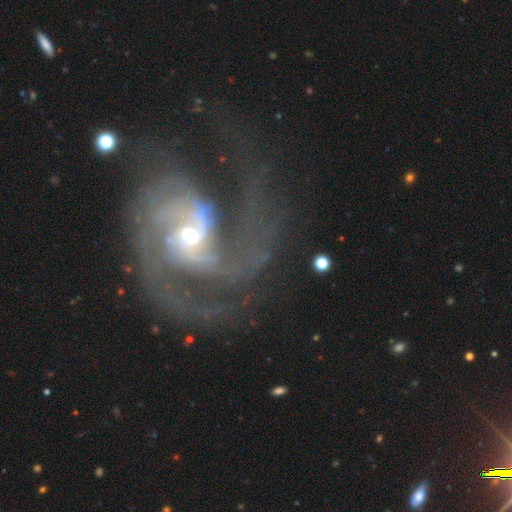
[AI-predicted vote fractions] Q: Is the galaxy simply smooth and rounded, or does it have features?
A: featured or disk — 90%.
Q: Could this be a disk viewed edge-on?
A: no — 98%.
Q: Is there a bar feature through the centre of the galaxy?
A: no — 43%.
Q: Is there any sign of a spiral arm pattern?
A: yes — 97%.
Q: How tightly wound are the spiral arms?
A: medium — 52%.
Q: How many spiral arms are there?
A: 2 — 53%.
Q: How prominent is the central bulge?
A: small — 53%.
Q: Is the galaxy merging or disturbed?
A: none — 43%.